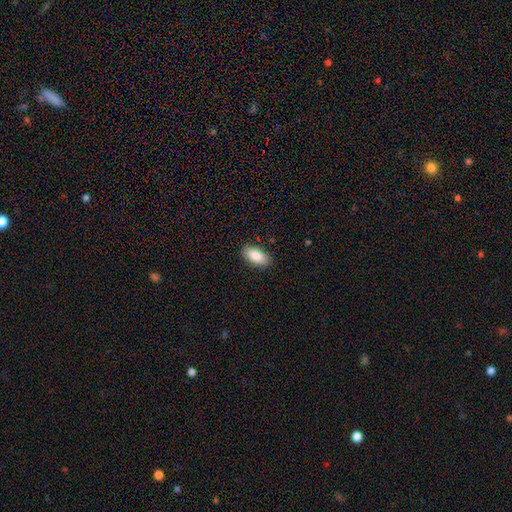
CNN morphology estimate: Smooth or featured?
  - smooth: 88% *
  - star or artifact: 6%
  - featured or disk: 6%
How rounded?
  - in between: 91% *
  - cigar-shaped: 7%
  - round: 2%
Merging?
  - none: 87% *
  - minor disturbance: 10%
  - major disturbance: 2%
  - merger: 1%